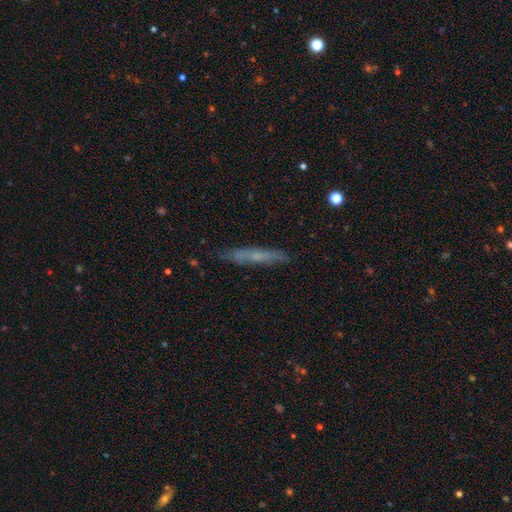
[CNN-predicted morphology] featured or disk 46% (tied), smooth 46% (tied), star or artifact 8%. Down the decision tree: merging — none (85%).